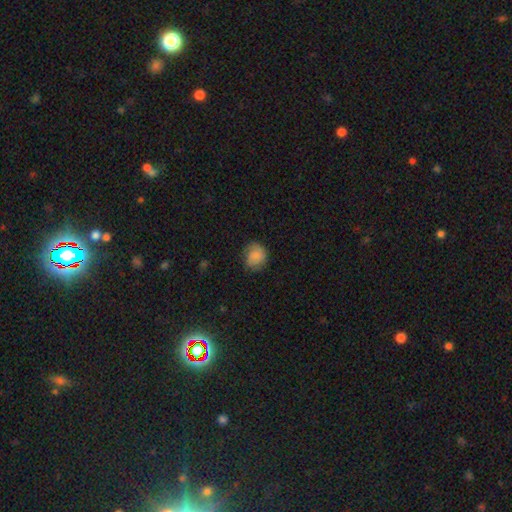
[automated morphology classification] Overall: smooth (78%). How rounded: round (74%). Merging: none (67%).